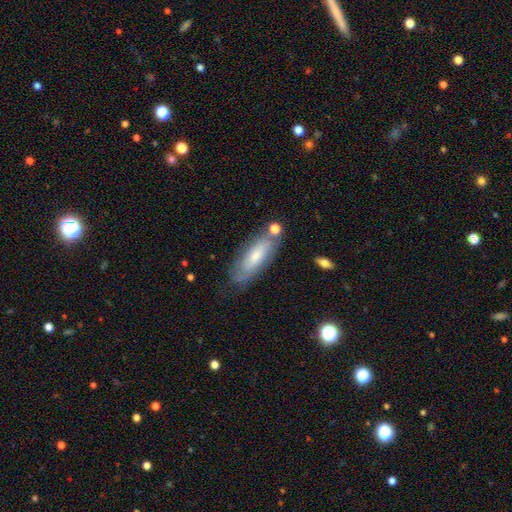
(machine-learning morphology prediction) This appears to be a smooth galaxy with no disk features (54%) that is in between round and cigar-shaped (60%). Merging: none (68%).